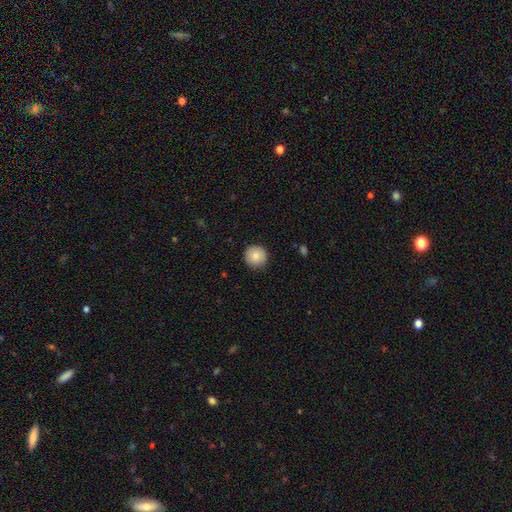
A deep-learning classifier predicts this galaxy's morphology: The model was most divided on "smooth or featured": smooth: 85%, star or artifact: 8%, featured or disk: 7%. More confident: how rounded — round (95%); merging — none (90%).